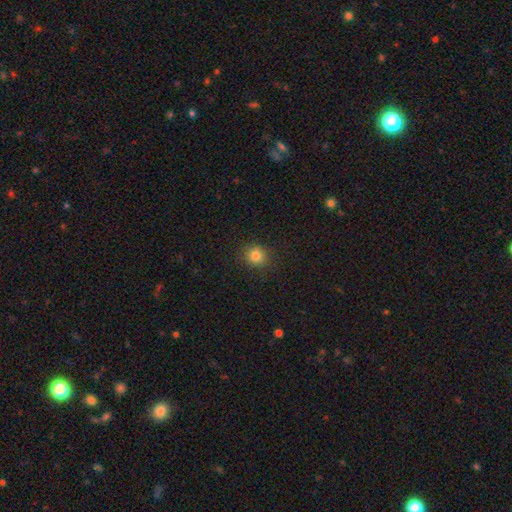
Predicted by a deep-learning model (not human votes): A smooth galaxy with no disk features (83%) that is round (86%). Merging: none (89%).